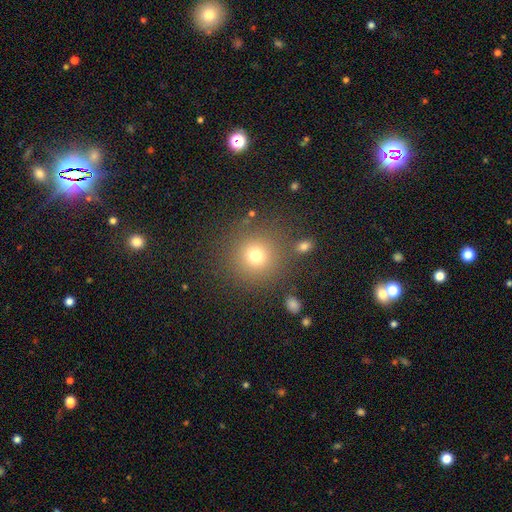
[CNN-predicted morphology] Smooth or featured: smooth — 75% (star or artifact — 16%)
How rounded: round — 93% (in between — 6%)
Merging: none — 83% (minor disturbance — 8%)